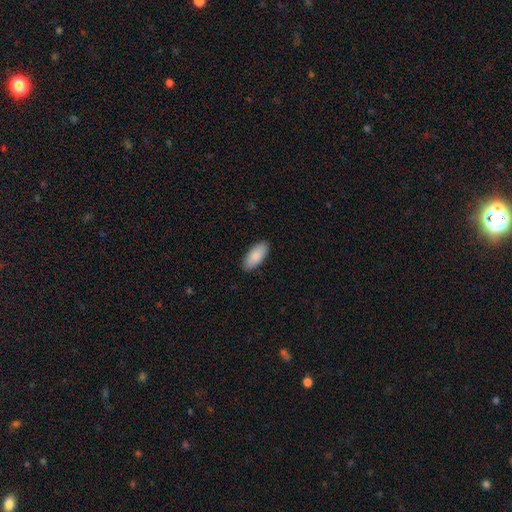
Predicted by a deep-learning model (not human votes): smooth_or_featured: smooth (p=0.88) [alt: featured or disk p=0.07]
how_rounded: in between (p=0.88) [alt: cigar-shaped p=0.10]
merging: none (p=0.88) [alt: minor disturbance p=0.09]